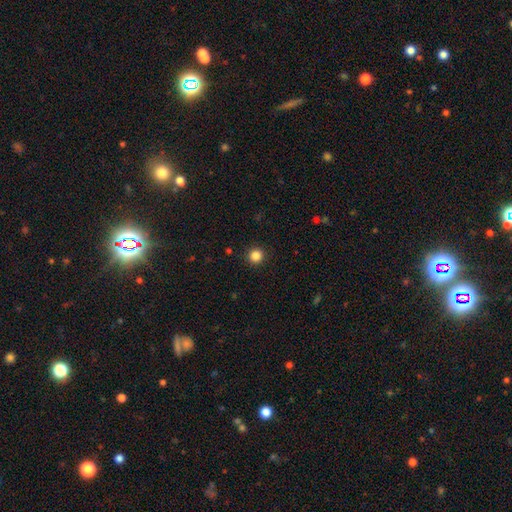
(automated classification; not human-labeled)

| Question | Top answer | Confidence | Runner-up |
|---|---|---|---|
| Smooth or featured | smooth | 85% | star or artifact (11%) |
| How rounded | round | 94% | in between (5%) |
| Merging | none | 92% | minor disturbance (5%) |